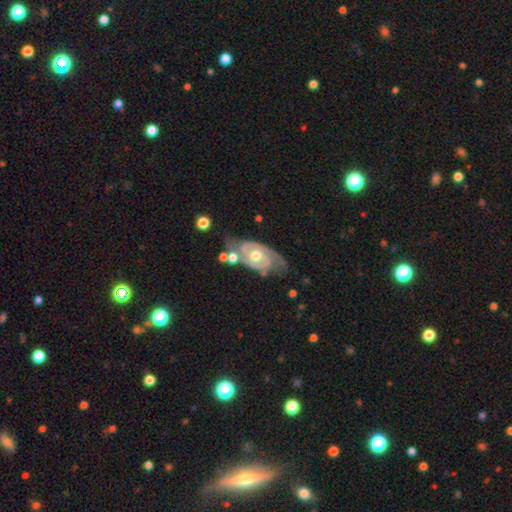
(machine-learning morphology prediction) smooth_or_featured: featured or disk (p=0.89) [alt: smooth p=0.07]
disk_edge_on: no (p=0.96) [alt: yes p=0.04]
bar: no (p=0.70) [alt: weak p=0.23]
has_spiral_arms: yes (p=0.95) [alt: no p=0.05]
spiral_winding: tight (p=0.59) [alt: medium p=0.33]
spiral_arm_count: 2 (p=0.83) [alt: can't tell p=0.07]
bulge_size: moderate (p=0.79) [alt: small p=0.12]
merging: none (p=0.58) [alt: minor disturbance p=0.24]